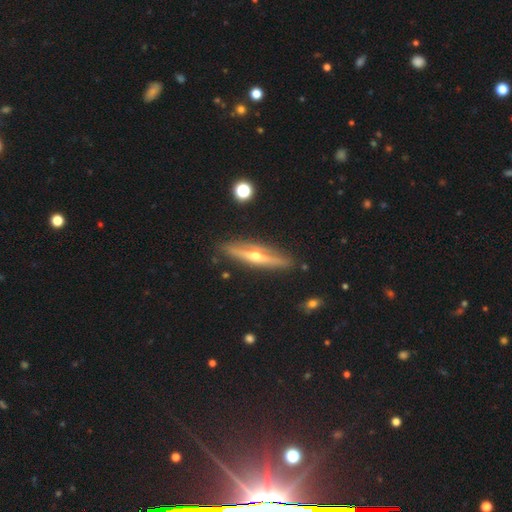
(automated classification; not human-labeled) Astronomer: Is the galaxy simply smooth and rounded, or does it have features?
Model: featured or disk — 74%.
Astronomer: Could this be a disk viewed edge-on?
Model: yes — 95%.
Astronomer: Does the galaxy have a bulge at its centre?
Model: rounded — 91%.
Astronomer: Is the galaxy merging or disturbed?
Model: none — 88%.